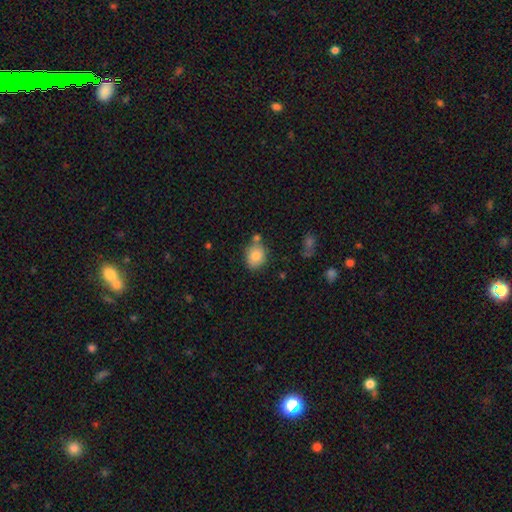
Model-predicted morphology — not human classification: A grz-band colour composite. It shows a smooth galaxy with no disk features (83%) that is round (61%). Merging: none (71%).